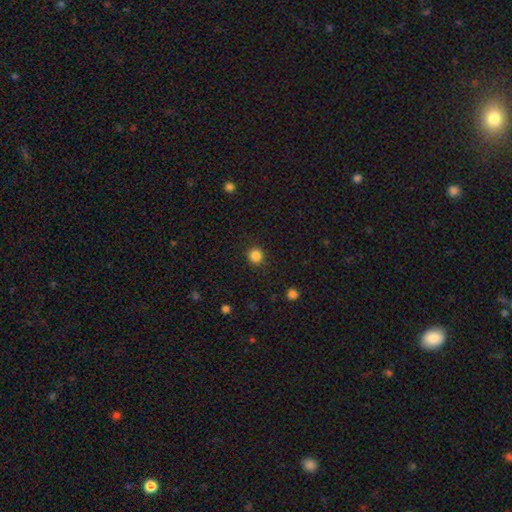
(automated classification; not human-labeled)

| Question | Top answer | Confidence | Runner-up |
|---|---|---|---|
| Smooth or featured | smooth | 86% | star or artifact (11%) |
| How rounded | round | 91% | in between (8%) |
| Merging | none | 90% | minor disturbance (6%) |